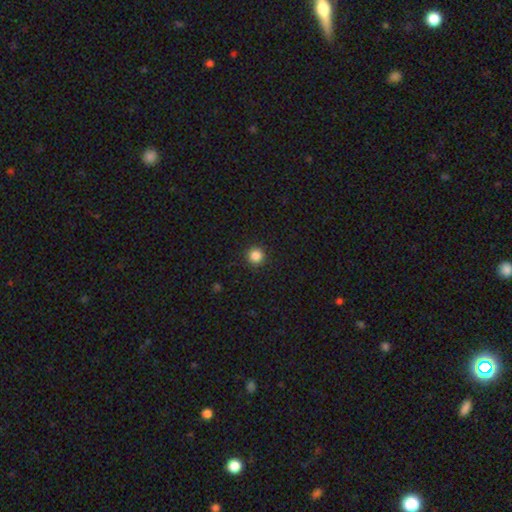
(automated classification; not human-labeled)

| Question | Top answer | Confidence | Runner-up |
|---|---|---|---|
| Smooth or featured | smooth | 85% | star or artifact (11%) |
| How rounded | round | 96% | in between (3%) |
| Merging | none | 93% | minor disturbance (5%) |